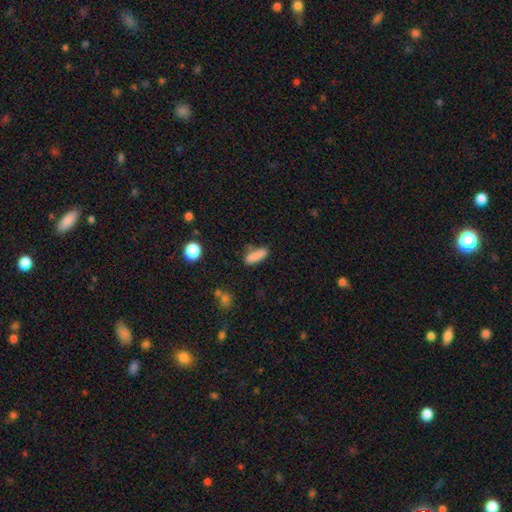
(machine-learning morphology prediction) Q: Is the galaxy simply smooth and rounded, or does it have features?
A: smooth — 85%.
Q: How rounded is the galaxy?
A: cigar-shaped — 53%.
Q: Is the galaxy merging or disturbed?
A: none — 73%.